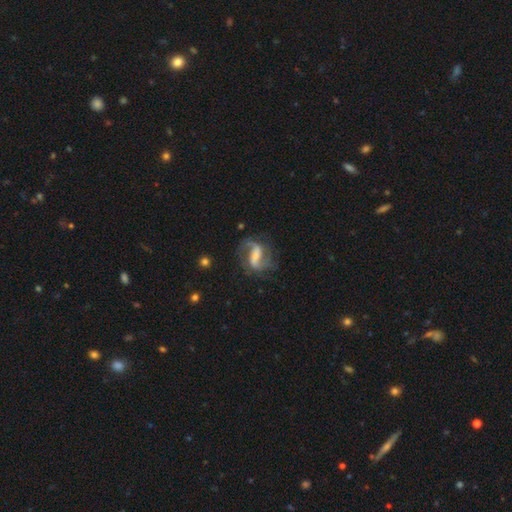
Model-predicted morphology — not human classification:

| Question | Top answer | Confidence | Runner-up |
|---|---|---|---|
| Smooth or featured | featured or disk | 83% | smooth (11%) |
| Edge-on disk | no | 97% | yes (3%) |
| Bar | strong | 51% | weak (35%) |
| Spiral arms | yes | 94% | no (6%) |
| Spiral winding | medium | 47% | loose (39%) |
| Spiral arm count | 2 | 86% | can't tell (5%) |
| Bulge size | small | 32% | moderate (30%) |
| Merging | none | 66% | minor disturbance (17%) |